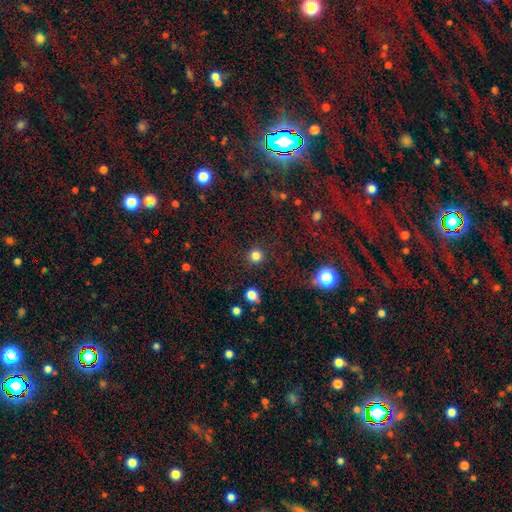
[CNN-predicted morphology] Smooth or featured?
  - smooth: 81% *
  - star or artifact: 14%
  - featured or disk: 4%
How rounded?
  - round: 94% *
  - in between: 5%
  - cigar-shaped: 1%
Merging?
  - none: 90% *
  - minor disturbance: 6%
  - major disturbance: 2%
  - merger: 2%